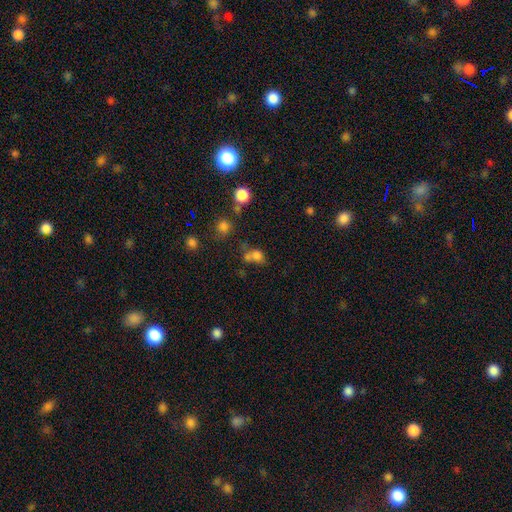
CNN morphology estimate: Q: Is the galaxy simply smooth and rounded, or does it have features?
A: smooth — 72%.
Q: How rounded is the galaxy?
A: round — 53%.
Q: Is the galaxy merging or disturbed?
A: merger — 42%.